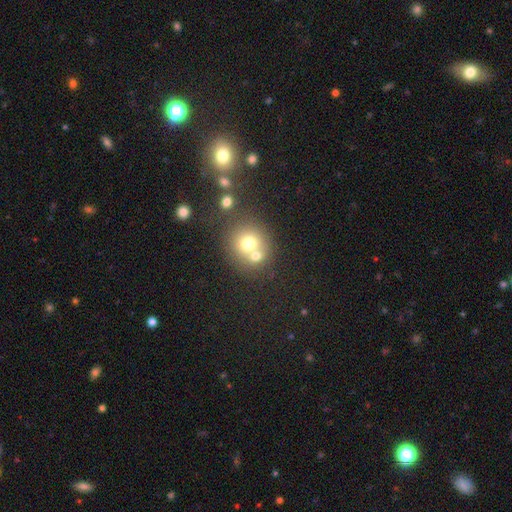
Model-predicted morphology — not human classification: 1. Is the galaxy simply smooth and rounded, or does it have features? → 70% smooth, 17% featured or disk, 13% star or artifact.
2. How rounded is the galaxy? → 84% round, 15% in between, 1% cigar-shaped.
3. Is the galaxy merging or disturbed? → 47% merger, 42% none, 8% minor disturbance, 4% major disturbance.